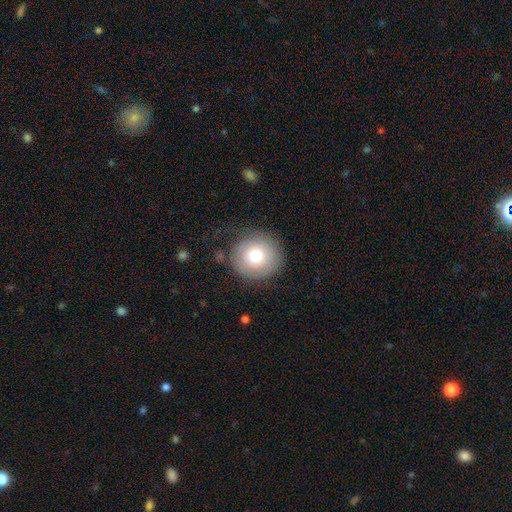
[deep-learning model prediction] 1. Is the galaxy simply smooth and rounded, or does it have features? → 74% smooth, 17% featured or disk, 8% star or artifact.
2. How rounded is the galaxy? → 92% round, 7% in between, 1% cigar-shaped.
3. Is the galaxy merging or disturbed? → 74% none, 16% minor disturbance, 8% major disturbance, 2% merger.